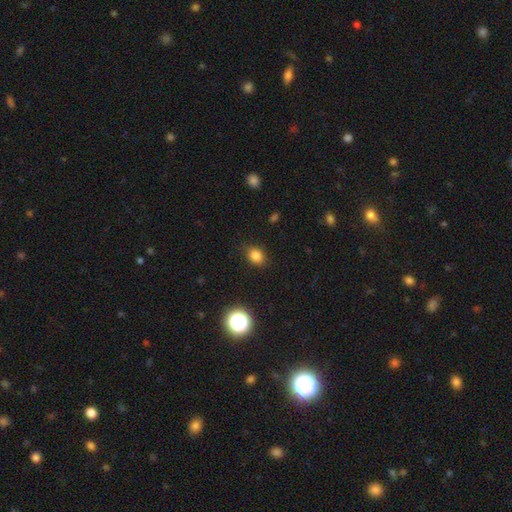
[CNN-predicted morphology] Overall: smooth (82%). How rounded: in between (52%; round 47%). Merging: none (85%).